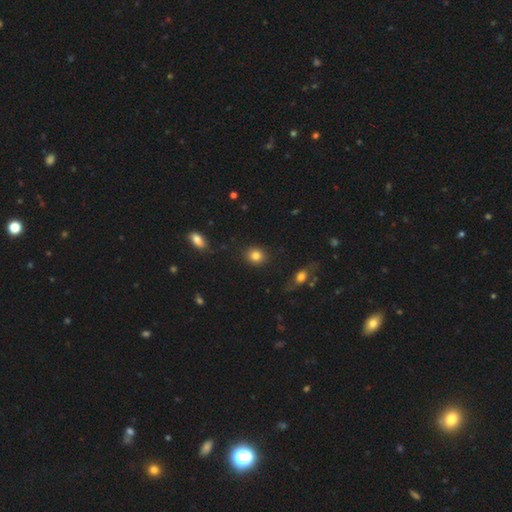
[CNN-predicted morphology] Smooth or featured? smooth (84%)
How rounded? round (75%)
Merging? none (87%)